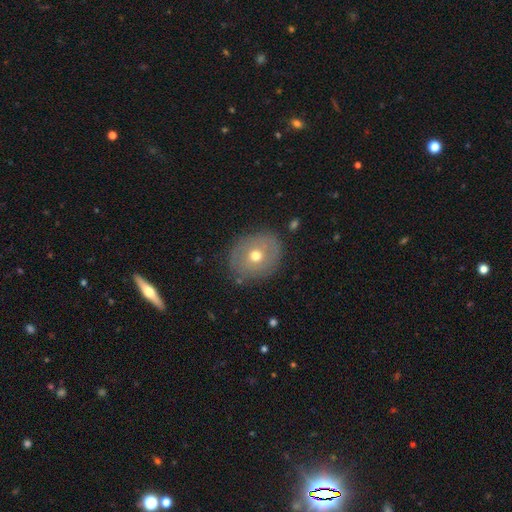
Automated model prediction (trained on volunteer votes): smooth_or_featured: smooth (p=0.55) [alt: featured or disk p=0.36]
how_rounded: round (p=0.61) [alt: in between p=0.38]
merging: none (p=0.81) [alt: minor disturbance p=0.13]